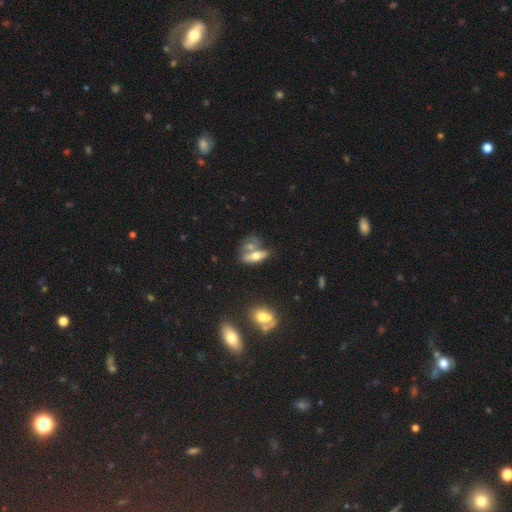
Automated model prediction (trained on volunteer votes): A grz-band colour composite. It shows a smooth galaxy with no disk features (47%). Merging: merger (41%).